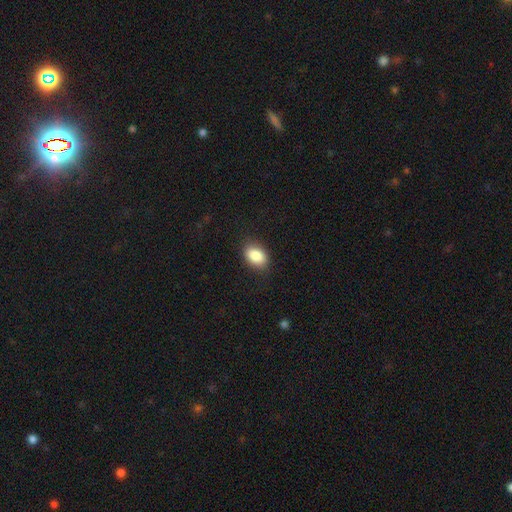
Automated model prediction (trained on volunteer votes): This appears to be a smooth galaxy with no disk features (86%) that is in between round and cigar-shaped (84%). Merging: none (85%).